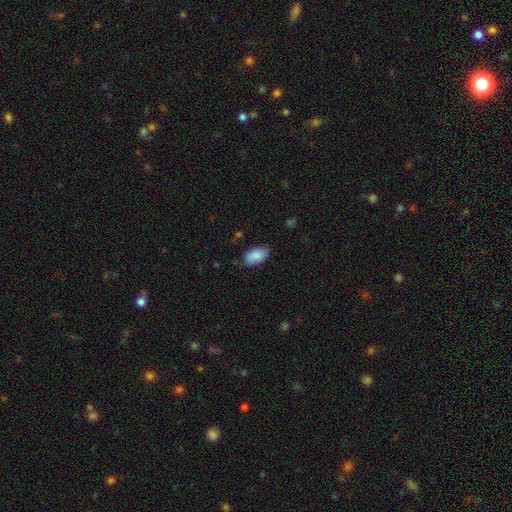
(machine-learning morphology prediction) This is clearly a smooth galaxy (85%). How rounded: clearly in between (93%). Merging: likely none (73%).